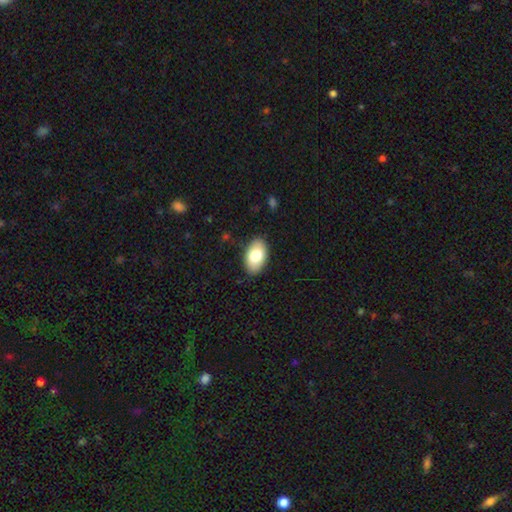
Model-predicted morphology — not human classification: smooth_or_featured: smooth (p=0.79) [alt: featured or disk p=0.15]
how_rounded: in between (p=0.94) [alt: round p=0.05]
merging: none (p=0.87) [alt: minor disturbance p=0.10]